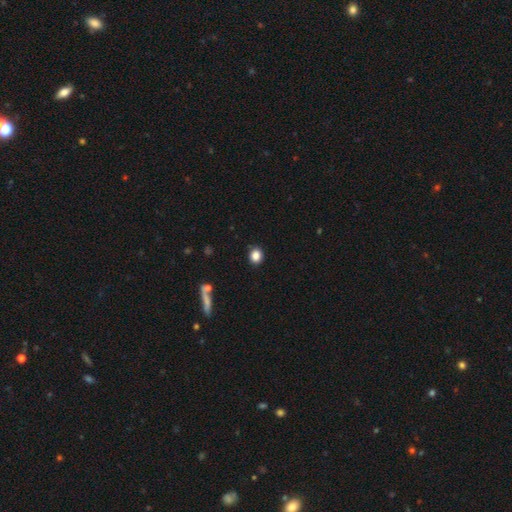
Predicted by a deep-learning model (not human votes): smooth-or-featured: smooth: 85% | star or artifact: 10% | featured or disk: 4%
  how-rounded: round: 74% | in between: 25% | cigar-shaped: 1%
  merging: none: 88% | minor disturbance: 8% | major disturbance: 2% | merger: 2%